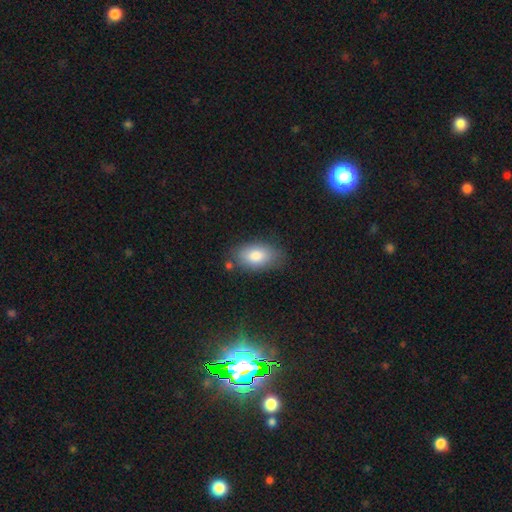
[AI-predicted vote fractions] Smooth or featured?
  - smooth: 83% *
  - featured or disk: 11%
  - star or artifact: 7%
How rounded?
  - in between: 92% *
  - round: 6%
  - cigar-shaped: 2%
Merging?
  - none: 76% *
  - minor disturbance: 17%
  - major disturbance: 4%
  - merger: 3%